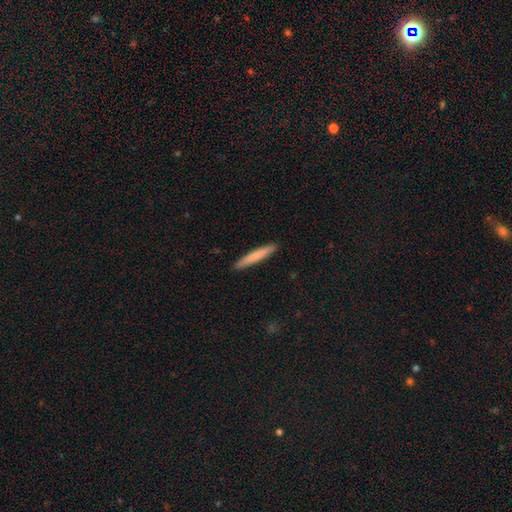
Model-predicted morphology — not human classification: smooth_or_featured: smooth (p=0.77) [alt: featured or disk p=0.18]
how_rounded: cigar-shaped (p=0.96) [alt: in between p=0.03]
merging: none (p=0.92) [alt: minor disturbance p=0.06]